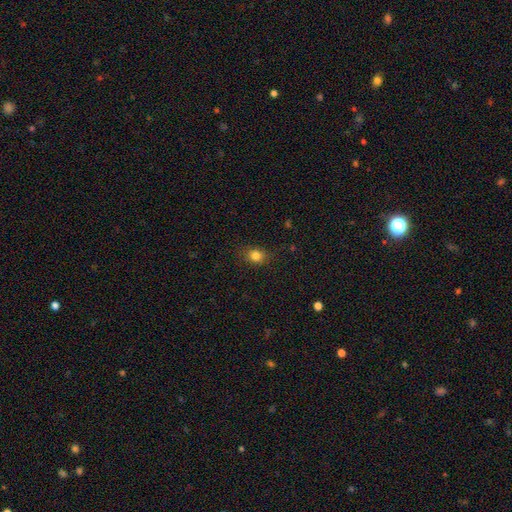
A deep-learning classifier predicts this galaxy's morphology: Smooth or featured? smooth (82%)
How rounded? round (52%)
Merging? none (82%)